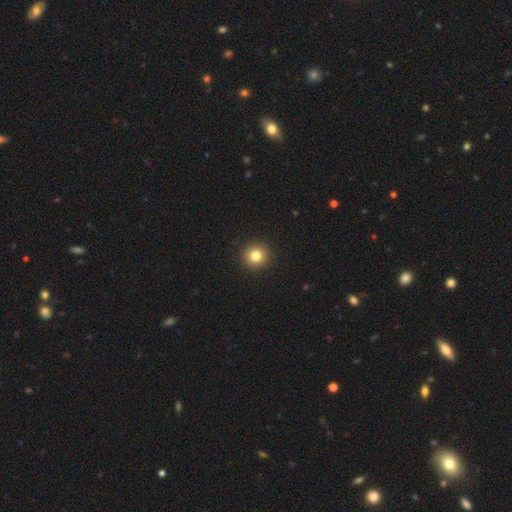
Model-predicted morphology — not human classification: smooth-or-featured: smooth: 81% | star or artifact: 12% | featured or disk: 7%
  how-rounded: round: 95% | in between: 4% | cigar-shaped: 1%
  merging: none: 93% | minor disturbance: 4% | major disturbance: 2% | merger: 1%